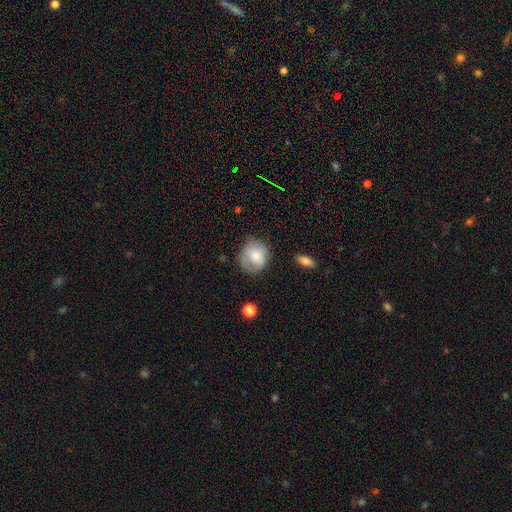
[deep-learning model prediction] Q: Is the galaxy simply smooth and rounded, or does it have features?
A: smooth — 70%.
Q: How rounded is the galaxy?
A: round — 71%.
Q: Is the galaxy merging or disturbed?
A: none — 58%.